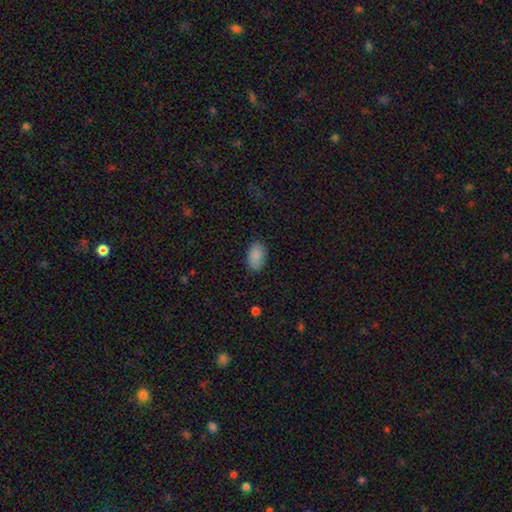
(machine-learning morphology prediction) This is clearly a smooth galaxy (88%). How rounded: clearly in between (90%). Merging: clearly none (84%).